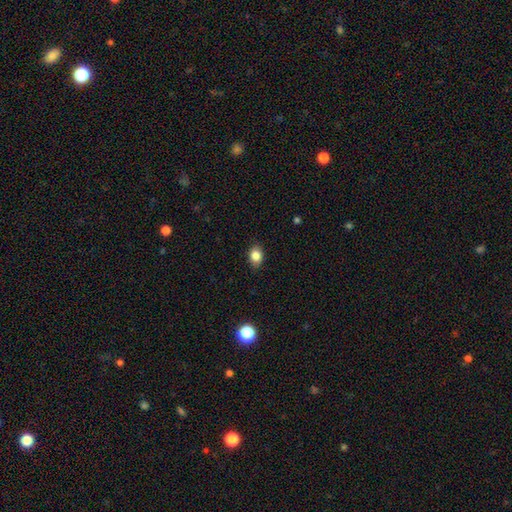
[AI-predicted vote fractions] Morphology: type=smooth (85%); roundness=in between (63%); merging=none (87%).